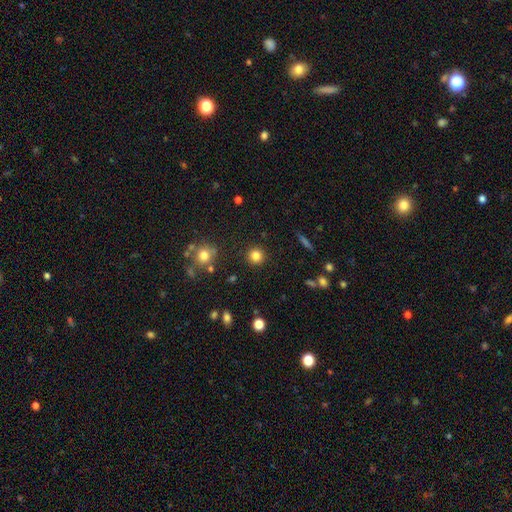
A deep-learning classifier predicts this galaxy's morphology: Smooth or featured: smooth — 83% (star or artifact — 12%)
How rounded: round — 94% (in between — 5%)
Merging: none — 91% (minor disturbance — 5%)